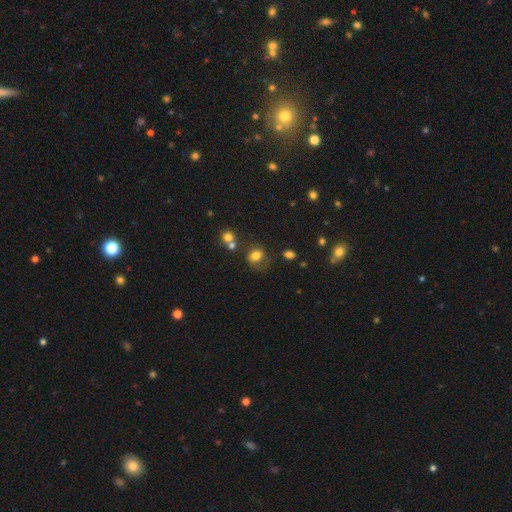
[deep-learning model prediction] smooth-or-featured: smooth: 76% | star or artifact: 13% | featured or disk: 11%
  how-rounded: in between: 55% | round: 44% | cigar-shaped: 1%
  merging: none: 57% | minor disturbance: 21% | merger: 12% | major disturbance: 10%